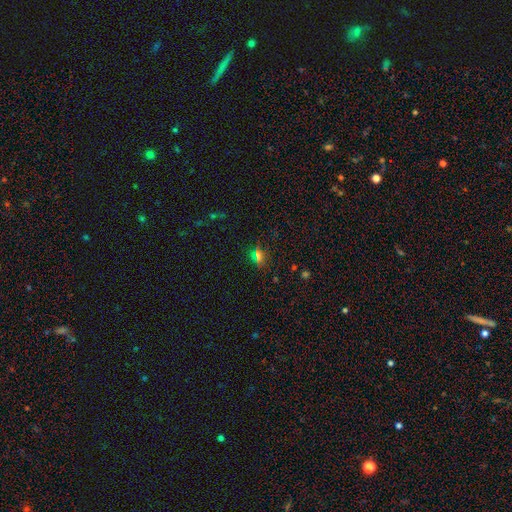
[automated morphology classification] Q: Smooth or featured?
A: smooth (52%); runner-up: star or artifact (37%)
Q: How rounded?
A: round (62%); runner-up: in between (33%)
Q: Merging?
A: none (84%); runner-up: minor disturbance (10%)